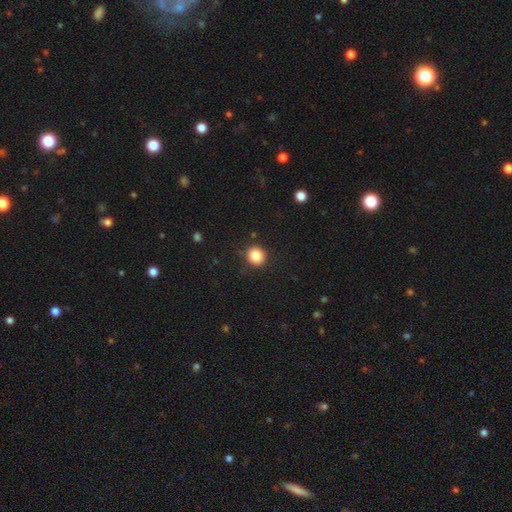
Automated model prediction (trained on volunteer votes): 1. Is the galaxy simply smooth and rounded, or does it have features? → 85% smooth, 11% star or artifact, 5% featured or disk.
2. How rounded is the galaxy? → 89% round, 10% in between, 1% cigar-shaped.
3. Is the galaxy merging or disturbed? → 89% none, 7% minor disturbance, 2% major disturbance, 1% merger.